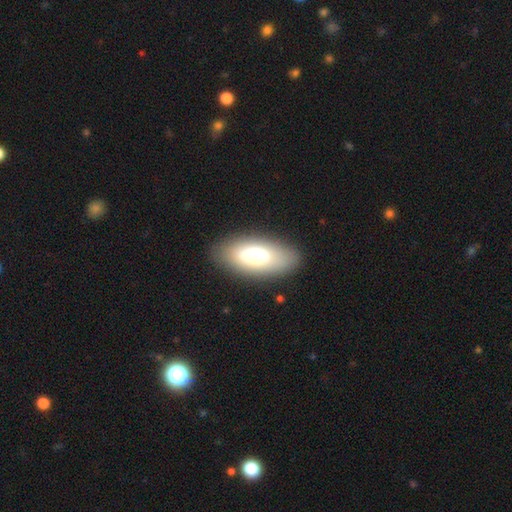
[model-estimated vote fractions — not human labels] smooth-or-featured: smooth: 72% | featured or disk: 20% | star or artifact: 8%
  how-rounded: in between: 87% | cigar-shaped: 10% | round: 3%
  merging: none: 84% | minor disturbance: 10% | major disturbance: 4% | merger: 1%